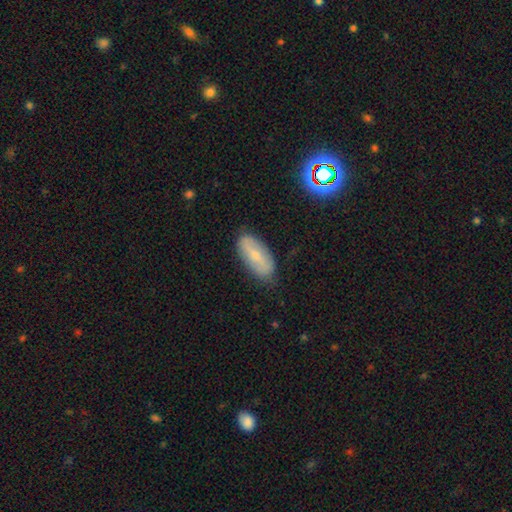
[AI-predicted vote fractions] Morphology: type=smooth (53%); roundness=in between (82%); merging=none (82%).